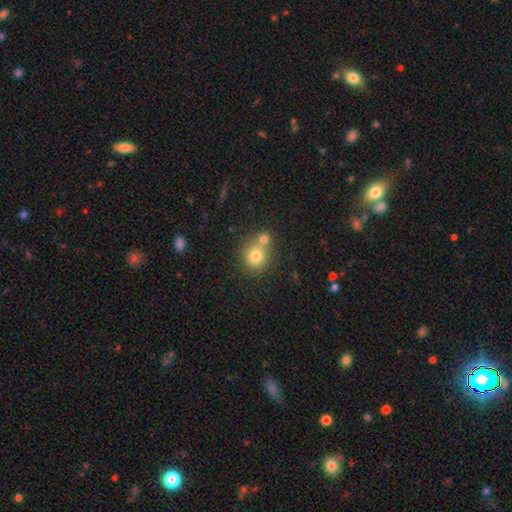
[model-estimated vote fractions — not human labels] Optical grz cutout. It shows a smooth galaxy with no disk features (78%) that is round (84%). Merging: none (50%).